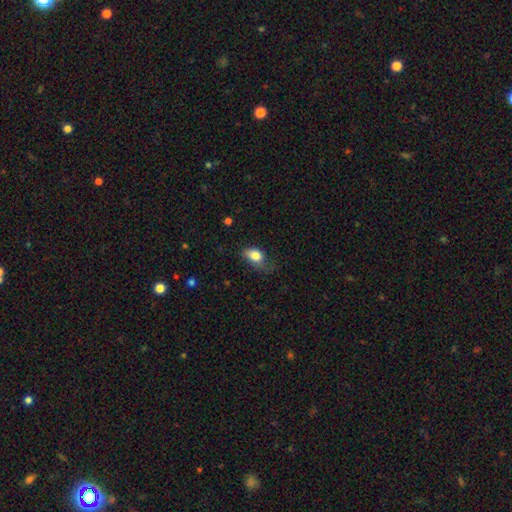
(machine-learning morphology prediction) Q: Smooth or featured?
A: smooth (82%); runner-up: featured or disk (10%)
Q: How rounded?
A: in between (81%); runner-up: round (16%)
Q: Merging?
A: none (43%); runner-up: minor disturbance (35%)